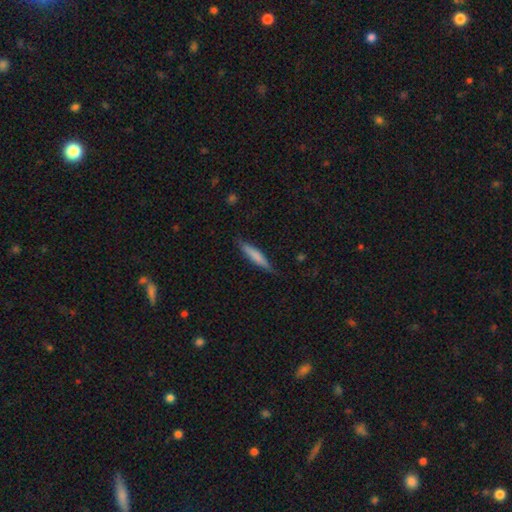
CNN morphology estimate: Q: Smooth or featured?
A: smooth (71%); runner-up: featured or disk (23%)
Q: How rounded?
A: cigar-shaped (89%); runner-up: in between (10%)
Q: Merging?
A: none (81%); runner-up: minor disturbance (15%)